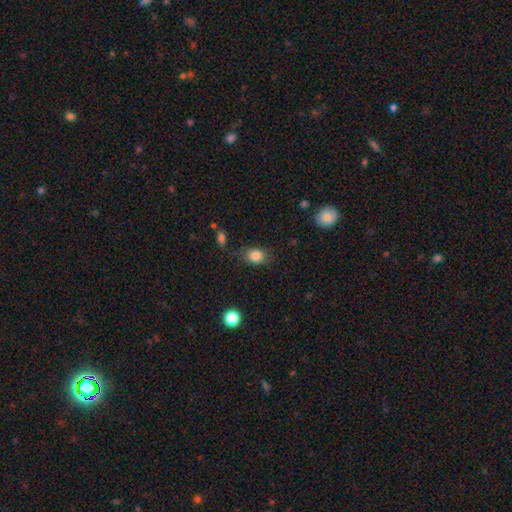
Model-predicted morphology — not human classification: A smooth galaxy with no disk features (84%) that is in between round and cigar-shaped (58%). Merging: none (75%).